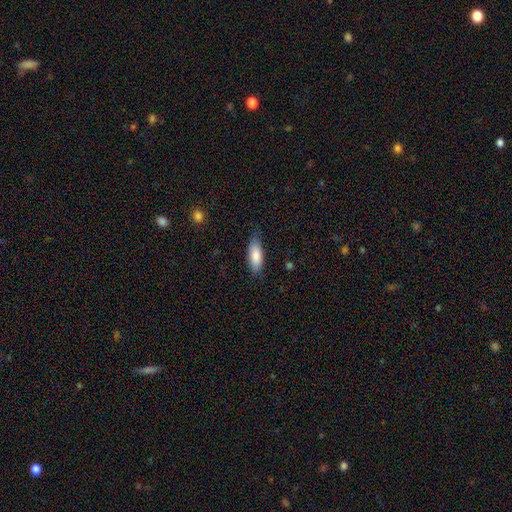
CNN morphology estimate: Overall: smooth (84%). How rounded: in between (76%). Merging: none (73%).